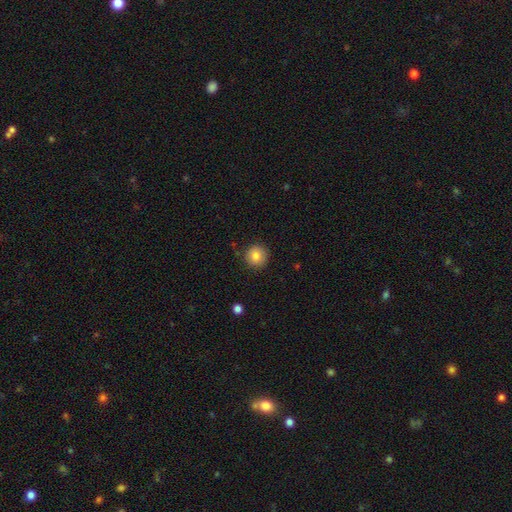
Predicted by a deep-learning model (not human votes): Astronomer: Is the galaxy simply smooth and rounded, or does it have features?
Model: smooth — 85%.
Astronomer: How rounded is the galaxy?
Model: round — 94%.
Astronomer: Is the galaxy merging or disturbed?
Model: none — 89%.